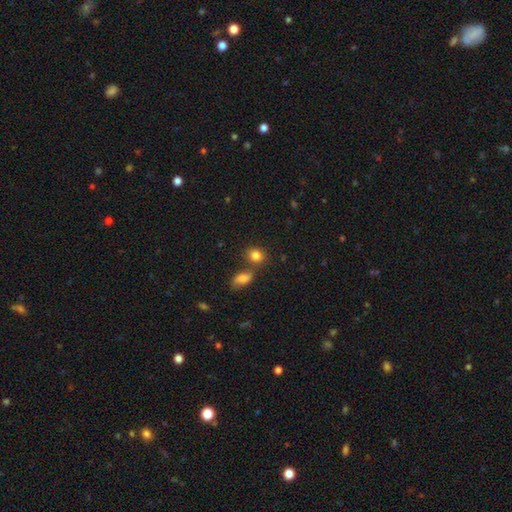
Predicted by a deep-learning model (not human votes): The model was most divided on "how rounded": round: 62%, in between: 37%, cigar-shaped: 2%. More confident: smooth or featured — smooth (83%); merging — none (62%).